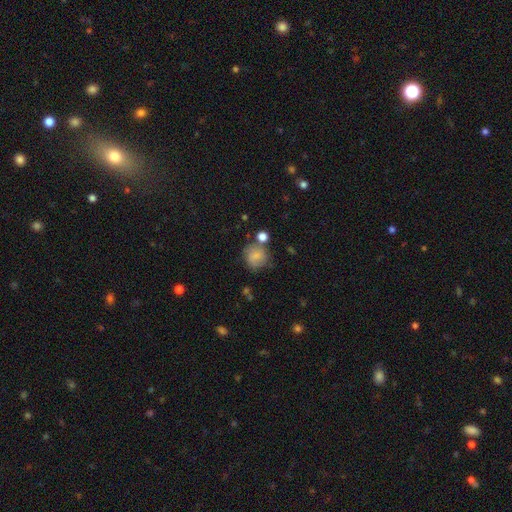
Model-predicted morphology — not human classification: Smooth or featured: smooth — 76% (featured or disk — 14%)
How rounded: round — 82% (in between — 17%)
Merging: none — 61% (minor disturbance — 19%)